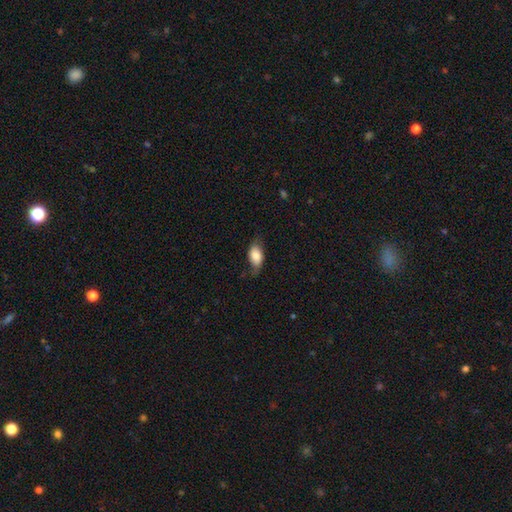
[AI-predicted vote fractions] This is likely a smooth galaxy (70%). How rounded: clearly in between (90%). Merging: possibly none (57%).